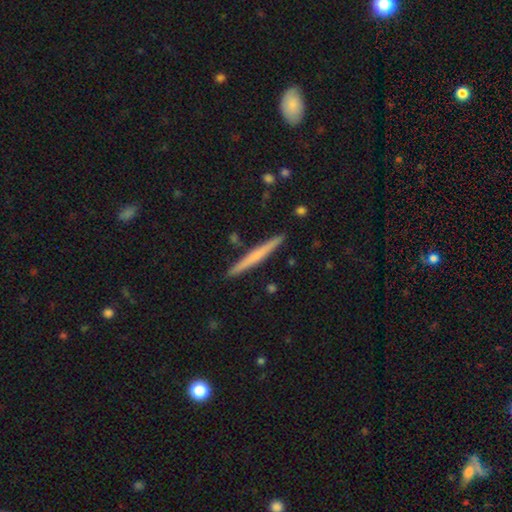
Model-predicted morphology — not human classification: This is possibly a smooth galaxy (50%). How rounded: clearly cigar-shaped (97%). Merging: clearly none (91%).